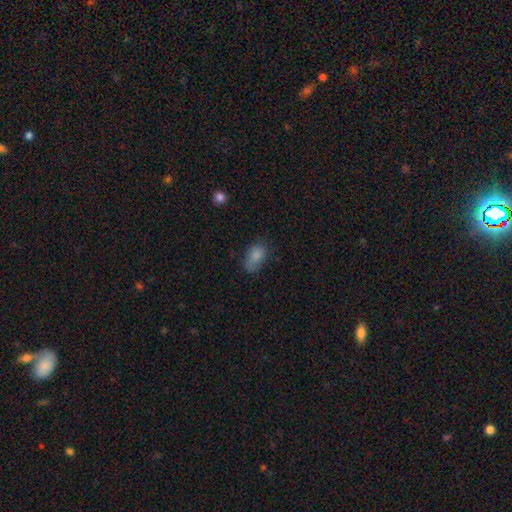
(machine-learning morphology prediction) The model was most divided on "merging": none: 56%, minor disturbance: 30%, major disturbance: 11%, merger: 3%. More confident: how rounded — in between (87%); smooth or featured — smooth (82%).